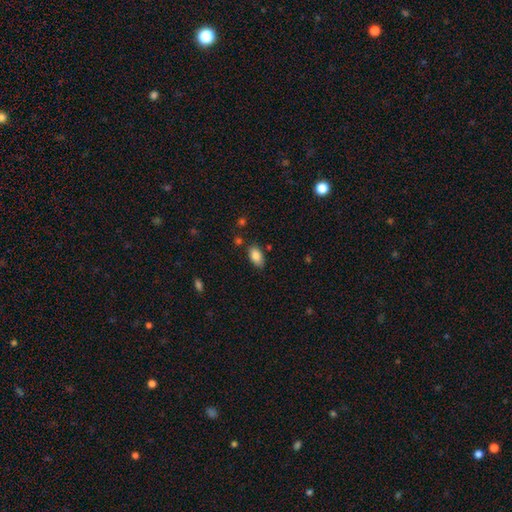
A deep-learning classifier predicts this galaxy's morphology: Overall: smooth (85%). How rounded: in between (93%). Merging: none (77%).